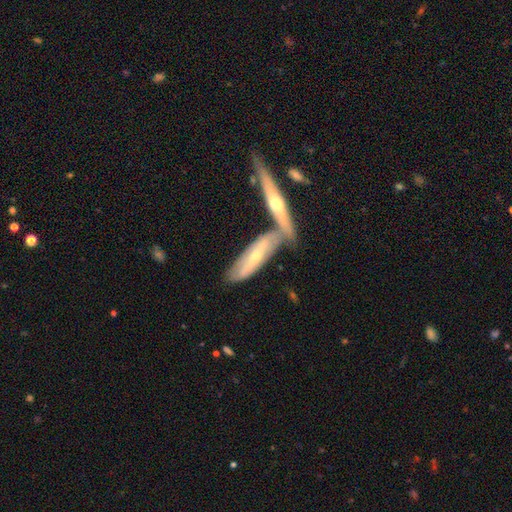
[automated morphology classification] This appears to be a featured or disk galaxy (64%) viewed edge-on (60%). Merging: none (47%).